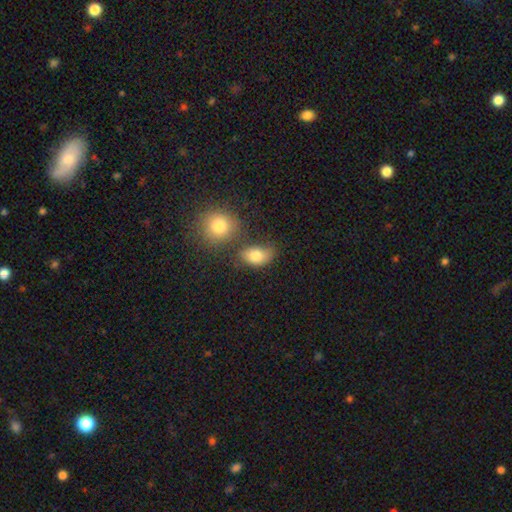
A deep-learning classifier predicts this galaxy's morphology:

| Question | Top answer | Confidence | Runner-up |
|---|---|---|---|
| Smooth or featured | smooth | 80% | star or artifact (11%) |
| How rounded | in between | 78% | round (20%) |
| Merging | none | 56% | minor disturbance (19%) |